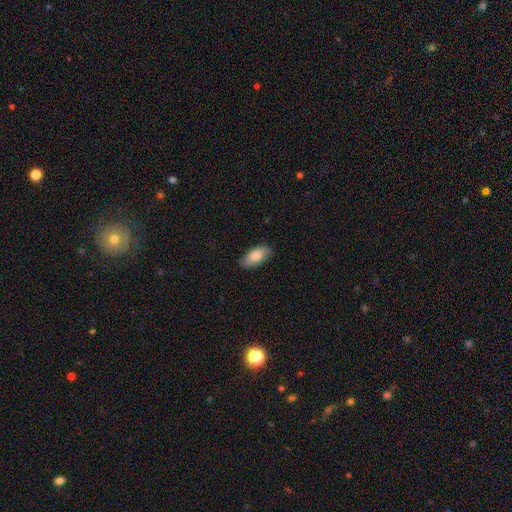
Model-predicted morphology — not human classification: A smooth galaxy with no disk features (82%) that is in between round and cigar-shaped (91%). Merging: none (83%).